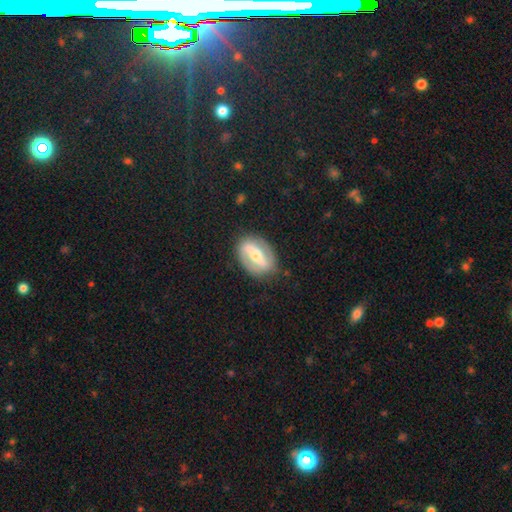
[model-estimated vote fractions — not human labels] smooth-or-featured: featured or disk: 74% | smooth: 21% | star or artifact: 5%
  disk-edge-on: no: 92% | yes: 8%
    bar: strong: 65% | weak: 23% | no: 12%
    has-spiral-arms: yes: 69% | no: 31%
    bulge-size: moderate: 58% | small: 33% | large: 6% | none: 2% | dominant: 1%
  merging: none: 82% | minor disturbance: 13% | major disturbance: 4% | merger: 1%